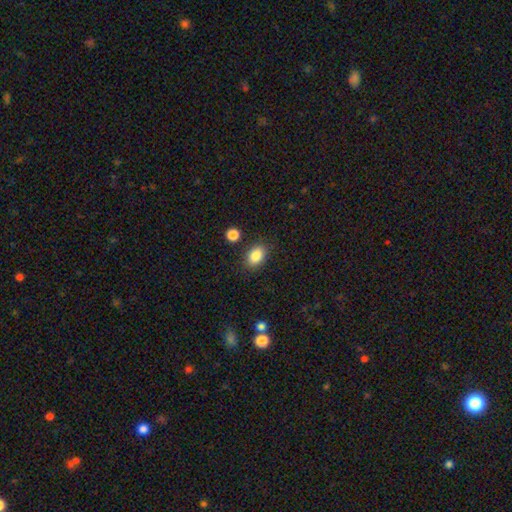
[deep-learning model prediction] A smooth galaxy with no disk features (85%) that is in between round and cigar-shaped (82%).

Vote fractions:
- Smooth or featured? smooth: 85% / star or artifact: 9% / featured or disk: 6%
- How rounded? in between: 82% / round: 17% / cigar-shaped: 2%
- Merging? none: 84% / minor disturbance: 10% / merger: 3% / major disturbance: 3%